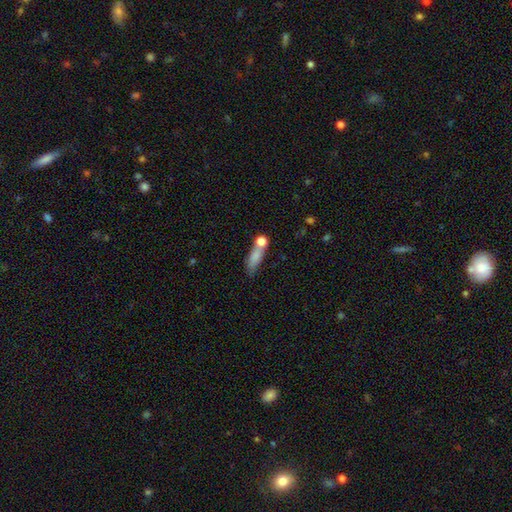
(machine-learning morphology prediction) smooth 74%, featured or disk 17%, star or artifact 10%. Down the decision tree: how rounded — in between (48%); merging — none (41%).